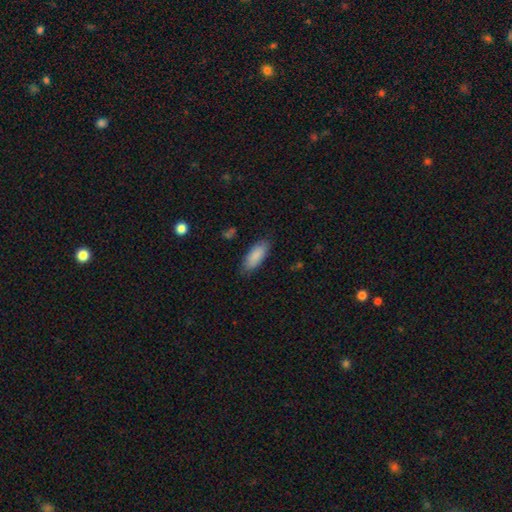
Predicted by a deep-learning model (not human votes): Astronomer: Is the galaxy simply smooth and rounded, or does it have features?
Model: smooth — 87%.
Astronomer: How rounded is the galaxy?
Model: in between — 79%.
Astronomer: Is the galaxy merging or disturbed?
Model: none — 82%.